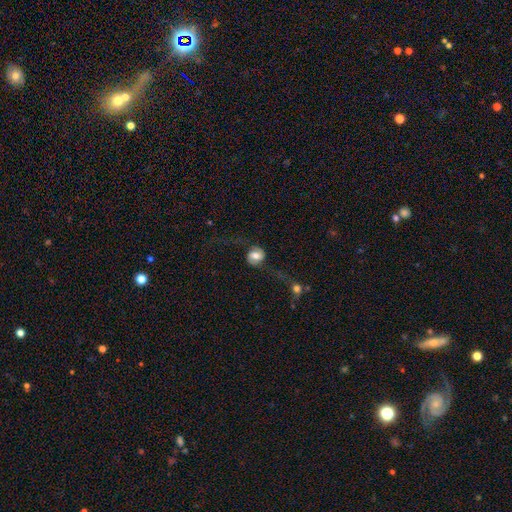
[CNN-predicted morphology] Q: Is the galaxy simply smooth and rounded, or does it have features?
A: featured or disk — 54%.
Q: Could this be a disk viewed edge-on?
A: no — 96%.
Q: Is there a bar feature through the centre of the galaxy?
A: no — 46%.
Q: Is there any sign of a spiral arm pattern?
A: yes — 82%.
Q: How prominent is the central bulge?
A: moderate — 62%.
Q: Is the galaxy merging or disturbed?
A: none — 54%.